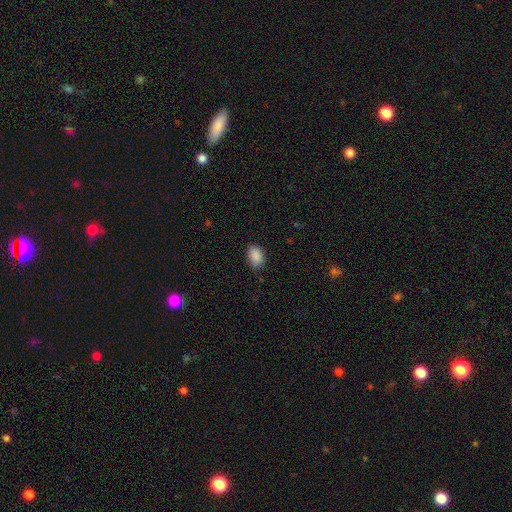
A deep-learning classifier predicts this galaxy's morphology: smooth-or-featured: smooth: 89% | star or artifact: 8% | featured or disk: 3%
  how-rounded: in between: 87% | round: 12% | cigar-shaped: 1%
  merging: none: 79% | minor disturbance: 17% | major disturbance: 3% | merger: 1%